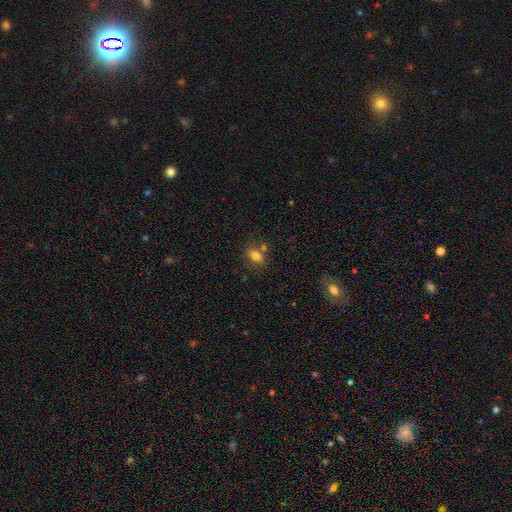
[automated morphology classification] smooth 79%, featured or disk 10%, star or artifact 10%. Down the decision tree: how rounded — in between (80%); merging — none (64%).